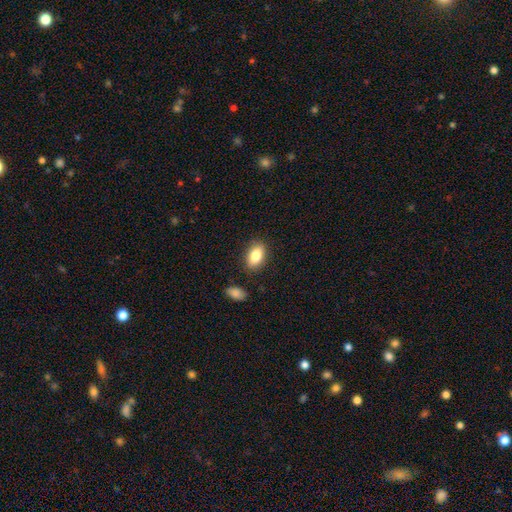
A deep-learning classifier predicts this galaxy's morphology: This is clearly a smooth galaxy (83%). How rounded: clearly in between (89%). Merging: clearly none (85%).